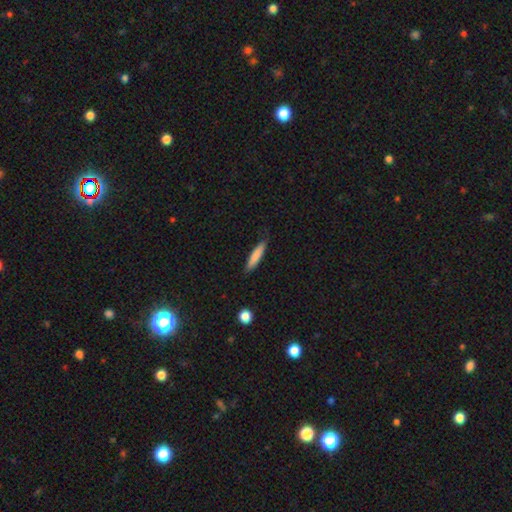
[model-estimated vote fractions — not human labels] Smooth or featured? Predicted: smooth (p=0.82). How rounded? Predicted: cigar-shaped (p=0.84). Merging? Predicted: none (p=0.84).